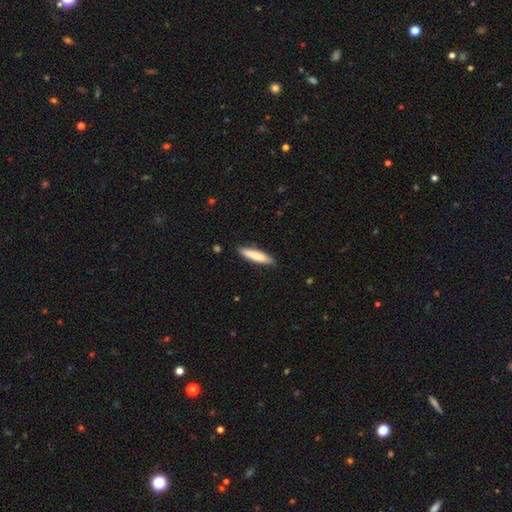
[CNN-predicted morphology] Smooth or featured? Predicted: smooth (p=0.80). How rounded? Predicted: cigar-shaped (p=0.81). Merging? Predicted: none (p=0.88).